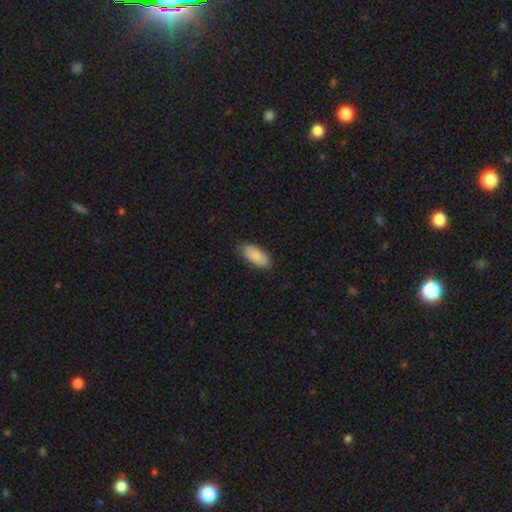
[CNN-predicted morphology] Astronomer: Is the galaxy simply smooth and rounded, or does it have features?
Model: smooth — 87%.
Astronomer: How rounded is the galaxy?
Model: in between — 89%.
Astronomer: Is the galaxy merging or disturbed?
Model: none — 84%.